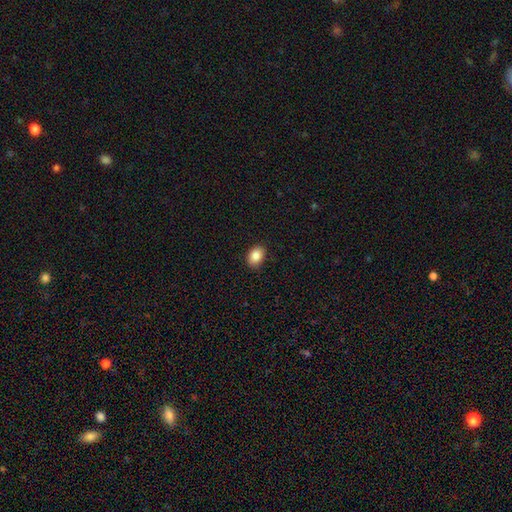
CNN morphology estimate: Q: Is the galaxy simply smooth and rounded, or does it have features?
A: smooth — 87%.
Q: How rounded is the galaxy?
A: in between — 77%.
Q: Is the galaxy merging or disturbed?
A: none — 86%.